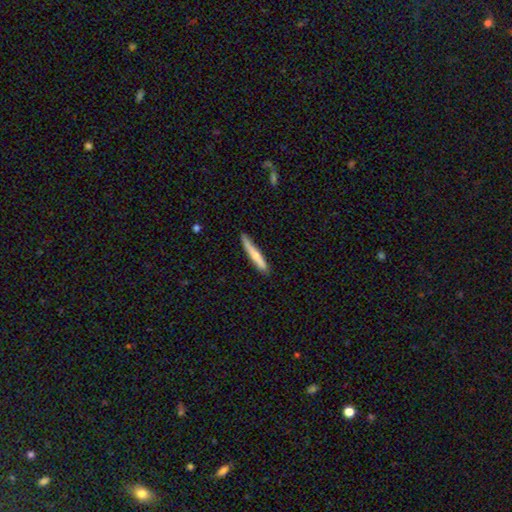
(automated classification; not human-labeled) smooth 63%, featured or disk 32%, star or artifact 5%. Down the decision tree: how rounded — cigar-shaped (94%); merging — none (81%).